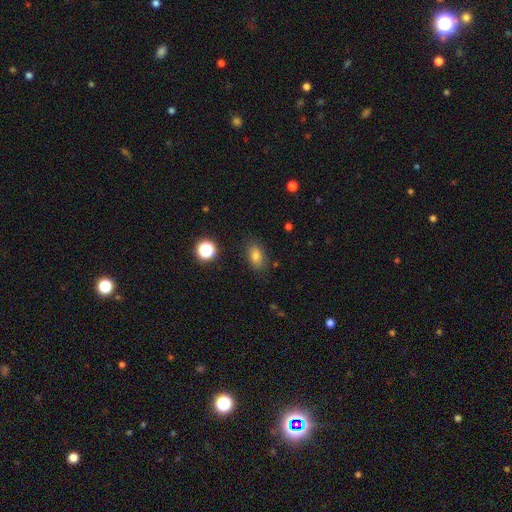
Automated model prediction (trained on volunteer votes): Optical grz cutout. It shows a smooth galaxy with no disk features (79%) that is in between round and cigar-shaped (83%). Merging: none (83%).